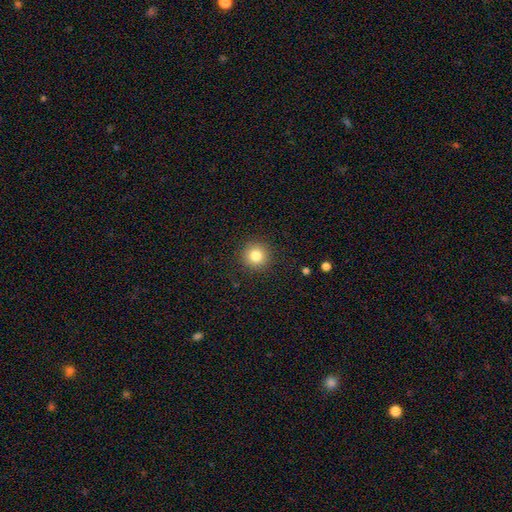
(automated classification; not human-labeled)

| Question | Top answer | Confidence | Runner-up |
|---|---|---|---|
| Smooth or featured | smooth | 82% | star or artifact (11%) |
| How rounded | round | 95% | in between (4%) |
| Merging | none | 91% | minor disturbance (6%) |